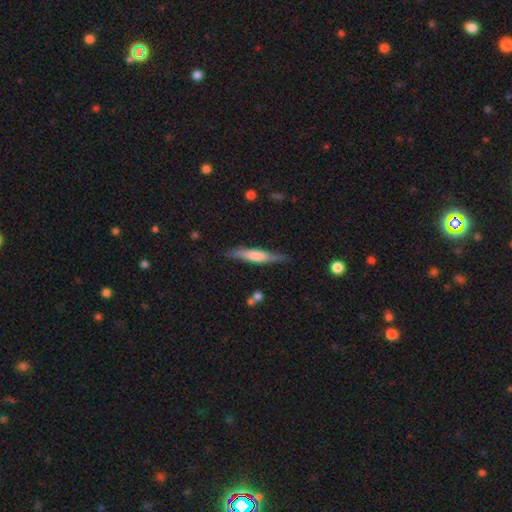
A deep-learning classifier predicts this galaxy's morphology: smooth_or_featured: smooth (p=0.51) [alt: featured or disk p=0.43]
how_rounded: cigar-shaped (p=0.89) [alt: in between p=0.09]
merging: none (p=0.82) [alt: minor disturbance p=0.13]